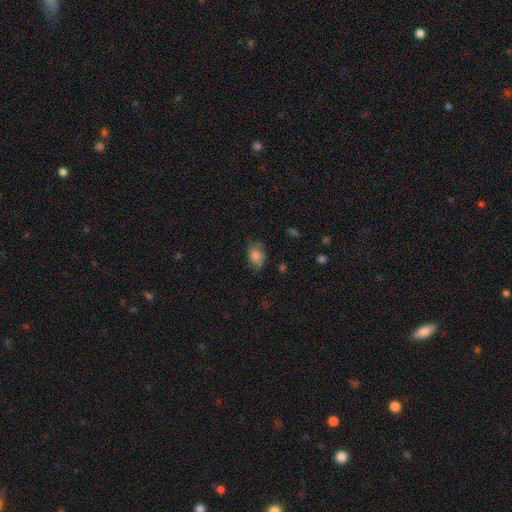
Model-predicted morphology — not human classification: Smooth or featured? Predicted: smooth (p=0.74). How rounded? Predicted: in between (p=0.77). Merging? Predicted: none (p=0.65).